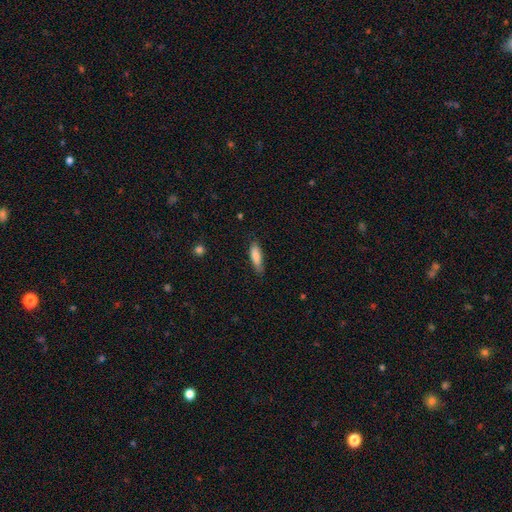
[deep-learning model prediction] This is clearly a smooth galaxy (81%). How rounded: possibly in between (52%). Merging: likely none (72%).